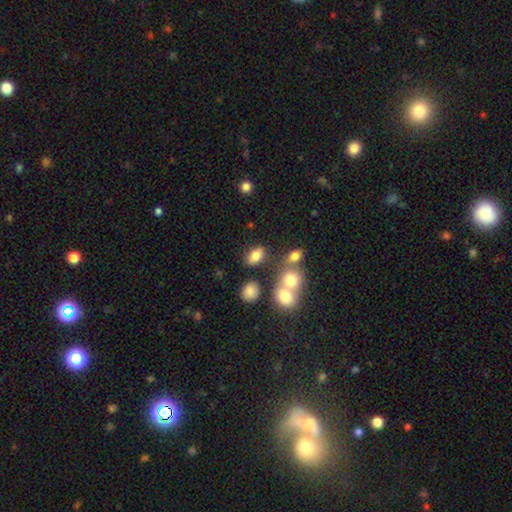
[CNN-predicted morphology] The model was most divided on "merging": none: 68%, merger: 15%, minor disturbance: 12%, major disturbance: 5%. More confident: how rounded — in between (83%); smooth or featured — smooth (79%).